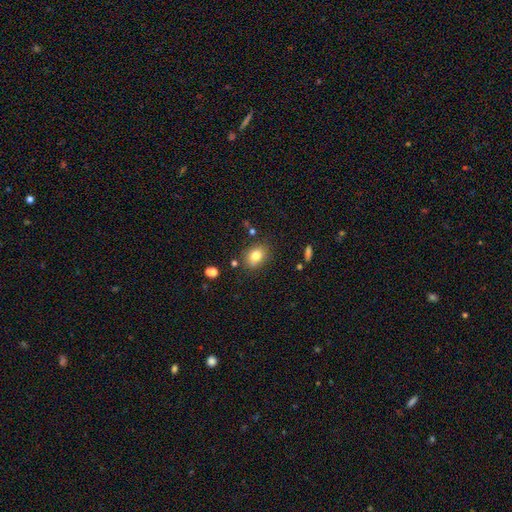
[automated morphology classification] Q: Smooth or featured?
A: smooth (80%); runner-up: star or artifact (10%)
Q: How rounded?
A: in between (64%); runner-up: round (35%)
Q: Merging?
A: none (82%); runner-up: minor disturbance (12%)